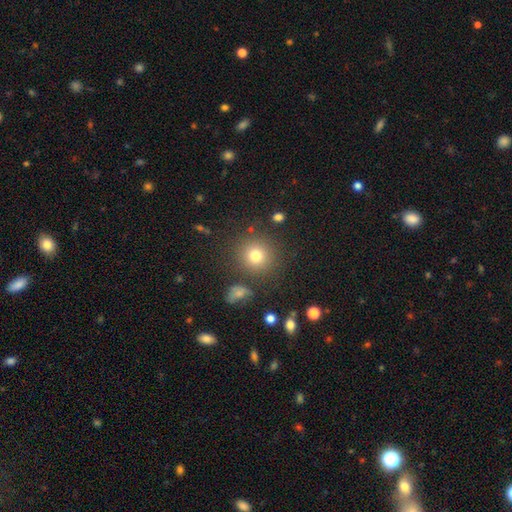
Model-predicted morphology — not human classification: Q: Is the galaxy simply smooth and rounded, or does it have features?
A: smooth — 77%.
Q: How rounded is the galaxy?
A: round — 91%.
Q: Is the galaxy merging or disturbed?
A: none — 84%.